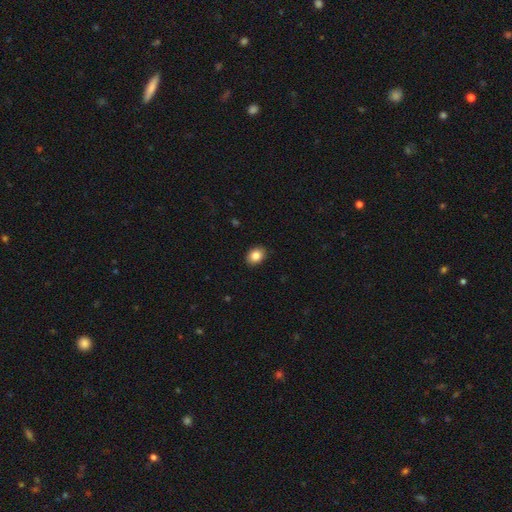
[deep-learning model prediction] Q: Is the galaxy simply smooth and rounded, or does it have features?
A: smooth — 86%.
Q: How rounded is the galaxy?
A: in between — 60%.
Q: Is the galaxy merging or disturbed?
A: none — 90%.